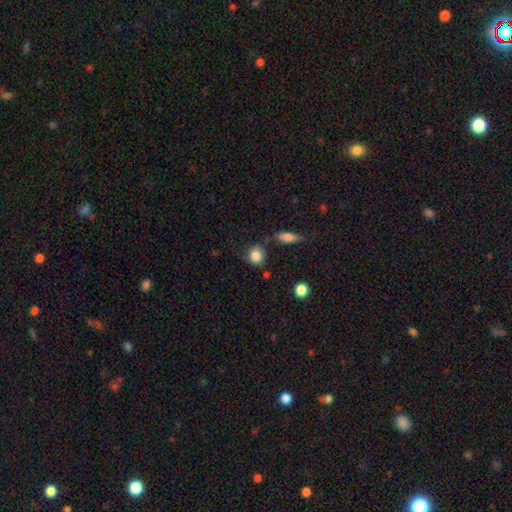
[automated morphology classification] type=smooth (85%); roundness=round (68%); merging=none (69%).